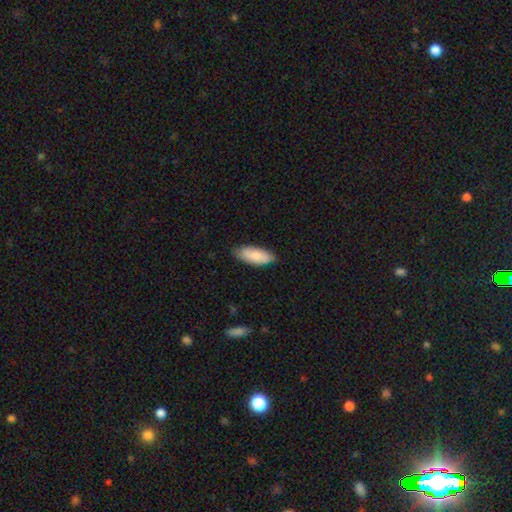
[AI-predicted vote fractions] smooth-or-featured: smooth: 80% | featured or disk: 15% | star or artifact: 5%
  how-rounded: in between: 83% | cigar-shaped: 15% | round: 2%
  merging: none: 78% | minor disturbance: 18% | major disturbance: 2% | merger: 1%